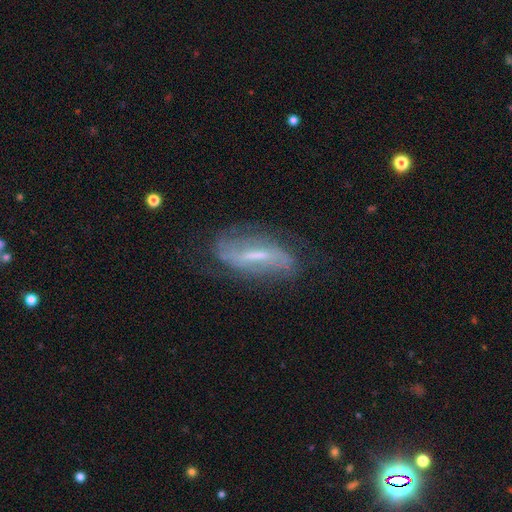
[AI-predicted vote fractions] This is likely a featured or disk galaxy (72%). It is clearly not viewed edge-on (82%). Bar: possibly strong (49%). Spiral arm pattern: likely yes (75%). Central bulge: possibly small (45%). Merging: likely none (63%).